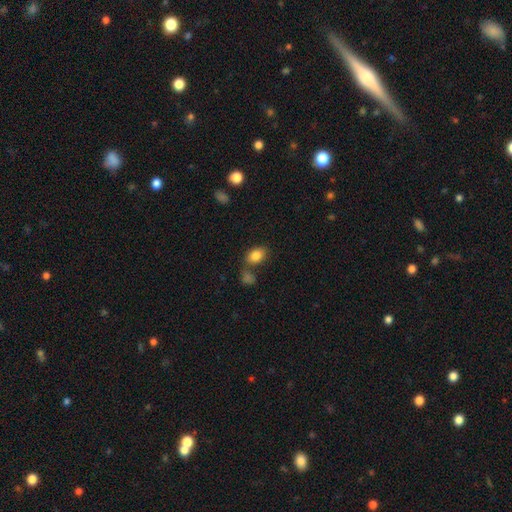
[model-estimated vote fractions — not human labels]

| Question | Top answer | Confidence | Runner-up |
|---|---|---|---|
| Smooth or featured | smooth | 84% | star or artifact (8%) |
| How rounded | in between | 80% | round (19%) |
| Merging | none | 62% | merger (19%) |